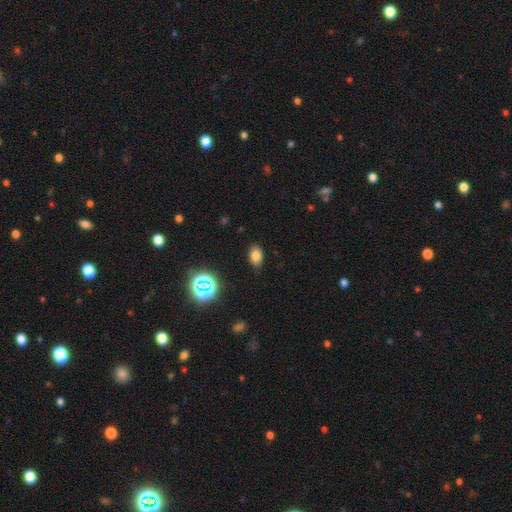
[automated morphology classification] Smooth or featured?
  - smooth: 75% *
  - star or artifact: 16%
  - featured or disk: 8%
How rounded?
  - in between: 88% *
  - round: 11%
  - cigar-shaped: 1%
Merging?
  - none: 86% *
  - minor disturbance: 10%
  - major disturbance: 3%
  - merger: 1%